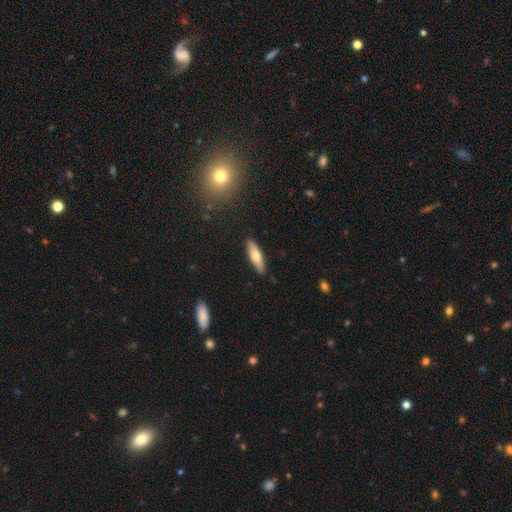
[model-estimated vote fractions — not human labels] This appears to be a smooth galaxy with no disk features (64%) that is cigar-shaped (59%). Merging: none (89%).